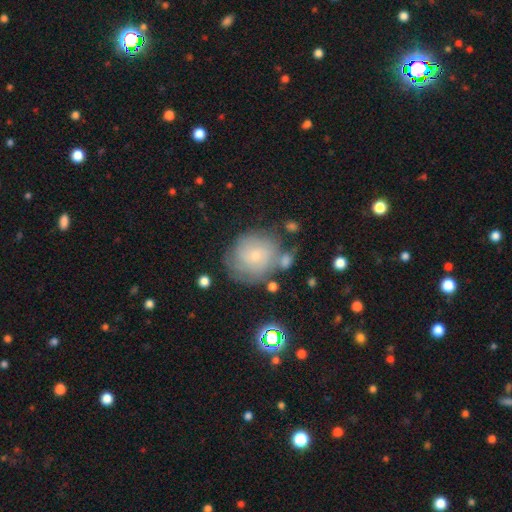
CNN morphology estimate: smooth 46%, featured or disk 43%, star or artifact 12%. Down the decision tree: merging — none (60%).